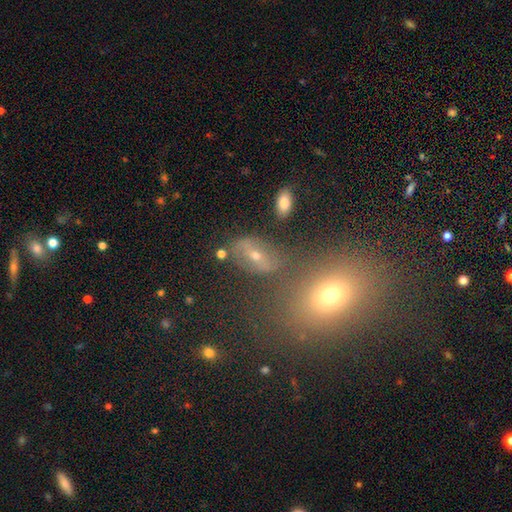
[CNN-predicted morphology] Overall: featured or disk (42%; smooth 39%). Merging: none (61%).